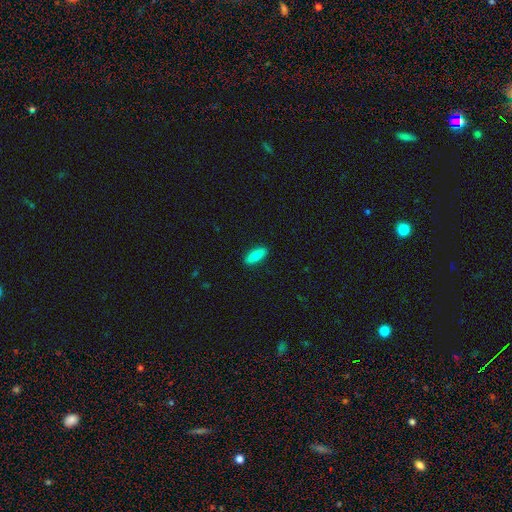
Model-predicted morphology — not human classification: This appears to be a smooth galaxy with no disk features (80%) that is in between round and cigar-shaped (64%). Merging: none (90%).